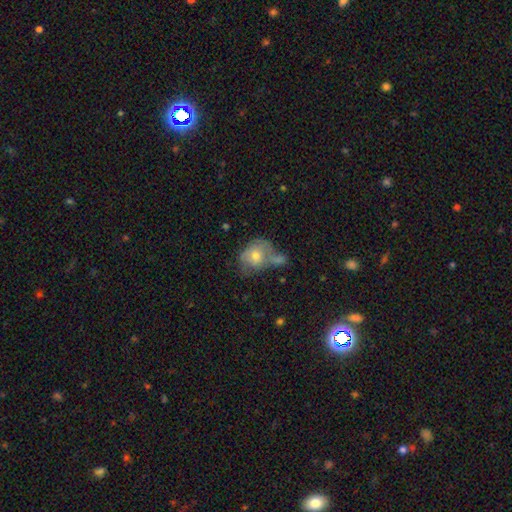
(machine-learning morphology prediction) Overall: smooth (56%; featured or disk 35%). How rounded: round (51%; in between 48%). Merging: merger (35%; none 31%).